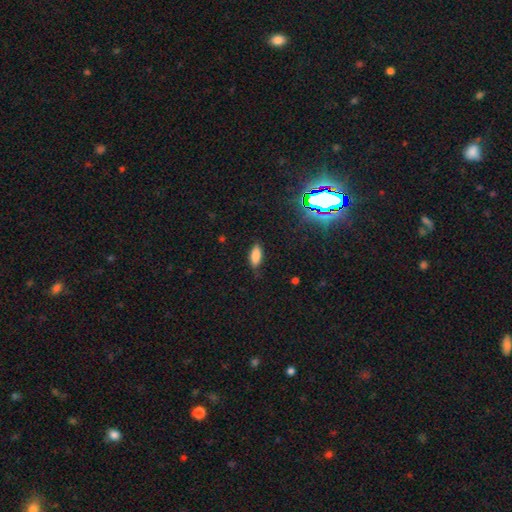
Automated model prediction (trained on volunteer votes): A smooth galaxy with no disk features (82%) that is in between round and cigar-shaped (83%).

Vote fractions:
- Smooth or featured? smooth: 82% / star or artifact: 10% / featured or disk: 8%
- How rounded? in between: 83% / cigar-shaped: 14% / round: 3%
- Merging? none: 75% / minor disturbance: 19% / major disturbance: 4% / merger: 1%